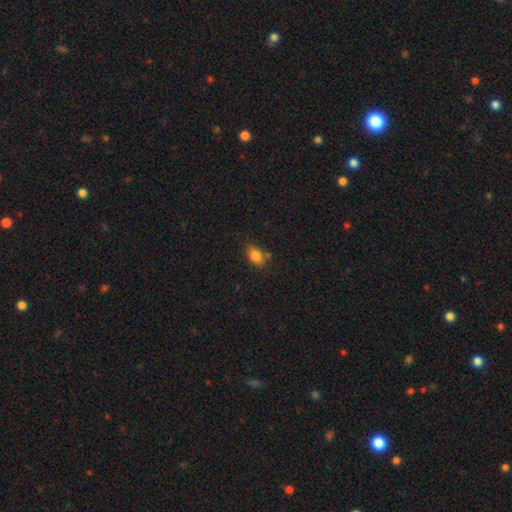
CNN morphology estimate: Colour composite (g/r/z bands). It shows a smooth galaxy with no disk features (83%) that is in between round and cigar-shaped (80%). Merging: none (69%).